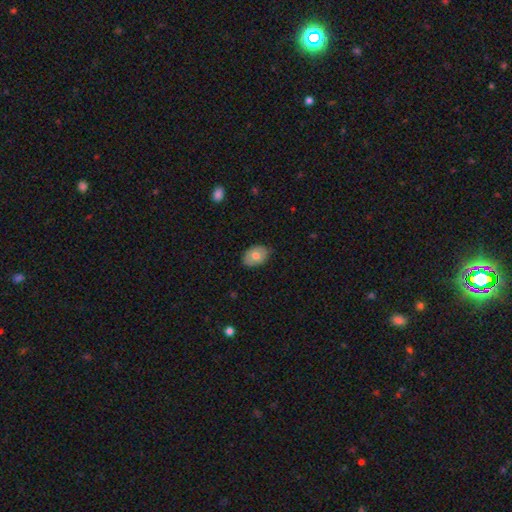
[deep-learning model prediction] smooth 74%, featured or disk 19%, star or artifact 7%. Down the decision tree: how rounded — in between (80%); merging — none (81%).